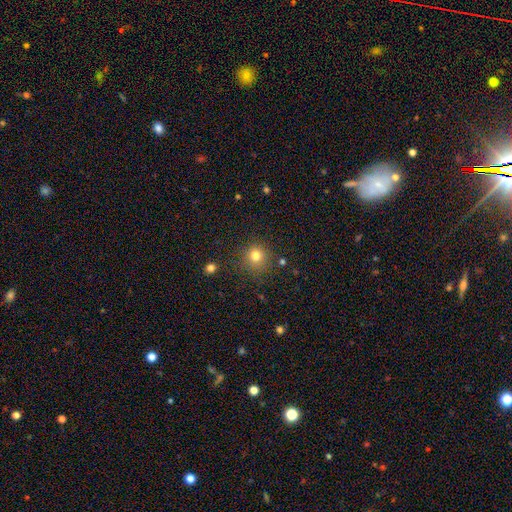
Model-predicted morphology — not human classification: smooth 79%, star or artifact 14%, featured or disk 7%. Down the decision tree: how rounded — round (92%); merging — none (85%).